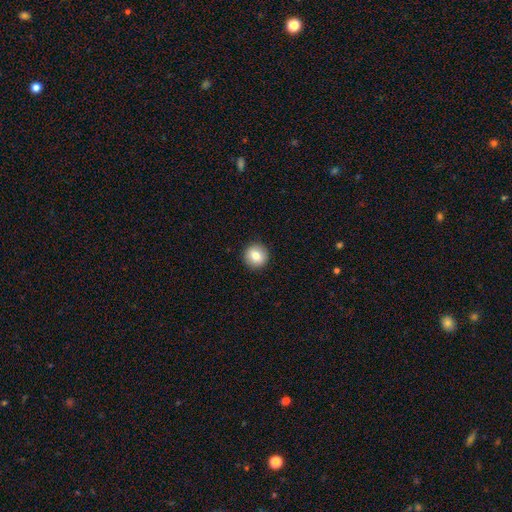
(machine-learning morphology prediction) Smooth or featured?
  - smooth: 80% *
  - featured or disk: 11%
  - star or artifact: 9%
How rounded?
  - round: 94% *
  - in between: 5%
  - cigar-shaped: 1%
Merging?
  - none: 92% *
  - minor disturbance: 5%
  - major disturbance: 2%
  - merger: 1%